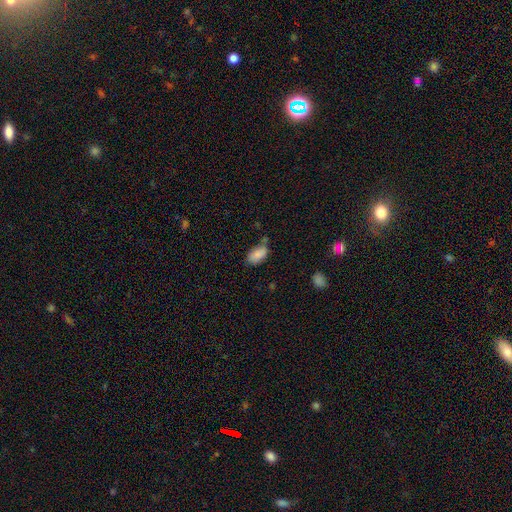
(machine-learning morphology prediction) A smooth galaxy with no disk features (84%) that is in between round and cigar-shaped (93%). Merging: none (55%).